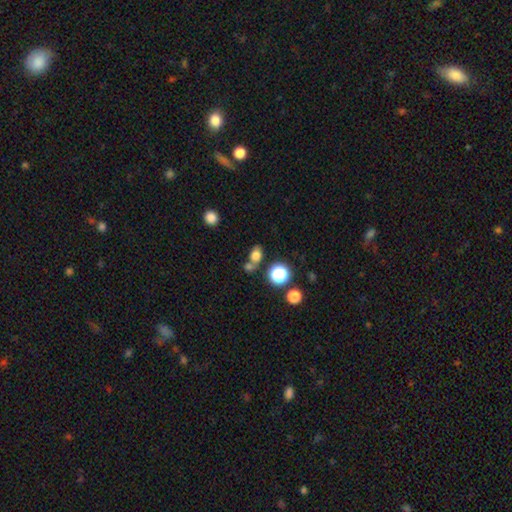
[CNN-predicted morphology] Smooth or featured? smooth (76%)
How rounded? in between (64%)
Merging? none (53%)